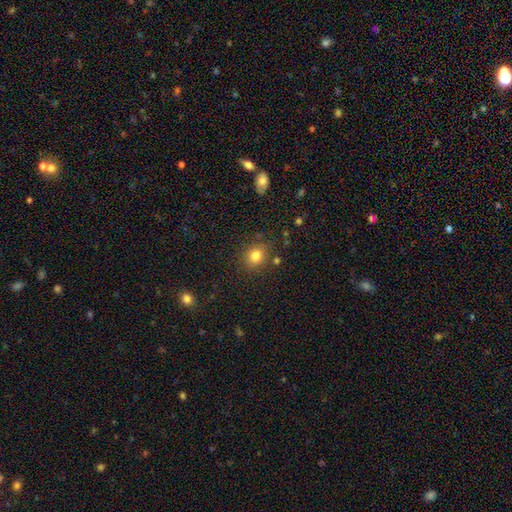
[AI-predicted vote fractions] This appears to be a smooth galaxy with no disk features (81%) that is round (76%). Merging: none (80%).